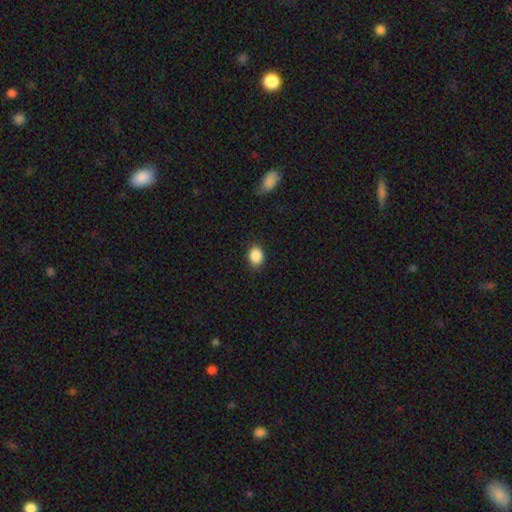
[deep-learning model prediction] smooth 88%, star or artifact 9%, featured or disk 4%. Down the decision tree: how rounded — in between (56%); merging — none (87%).